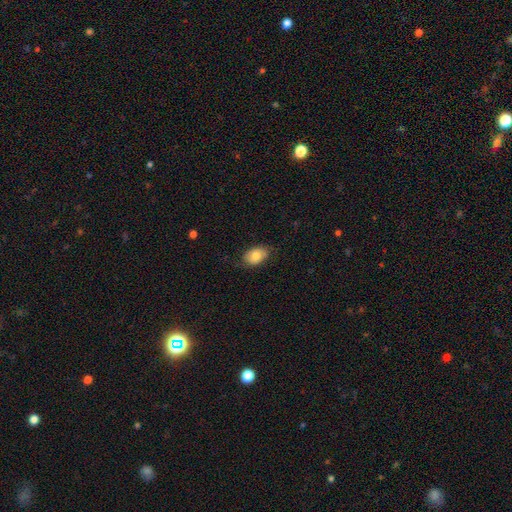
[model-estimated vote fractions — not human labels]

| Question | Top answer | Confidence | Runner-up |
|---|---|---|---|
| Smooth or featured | smooth | 79% | featured or disk (14%) |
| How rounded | in between | 87% | round (12%) |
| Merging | none | 73% | minor disturbance (21%) |